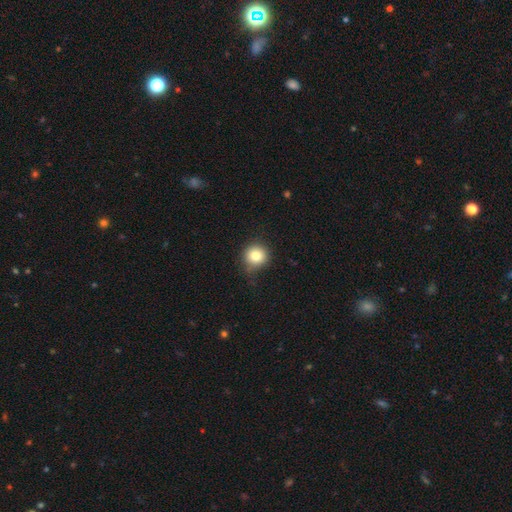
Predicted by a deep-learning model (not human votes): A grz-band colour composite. It shows a smooth galaxy with no disk features (82%) that is round (92%). Merging: none (76%).